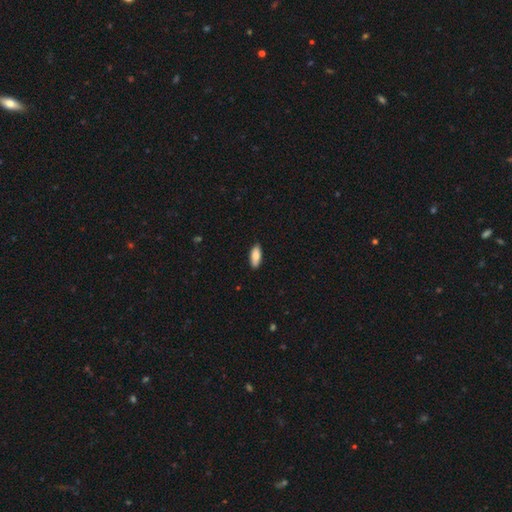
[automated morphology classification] type=smooth (82%); roundness=in between (83%); merging=none (88%).